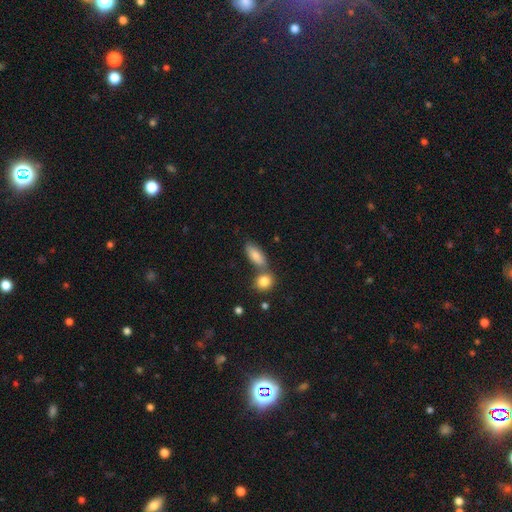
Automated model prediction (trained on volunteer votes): smooth-or-featured: smooth: 82% | featured or disk: 11% | star or artifact: 7%
  how-rounded: in between: 78% | cigar-shaped: 17% | round: 5%
  merging: none: 55% | merger: 30% | minor disturbance: 12% | major disturbance: 4%